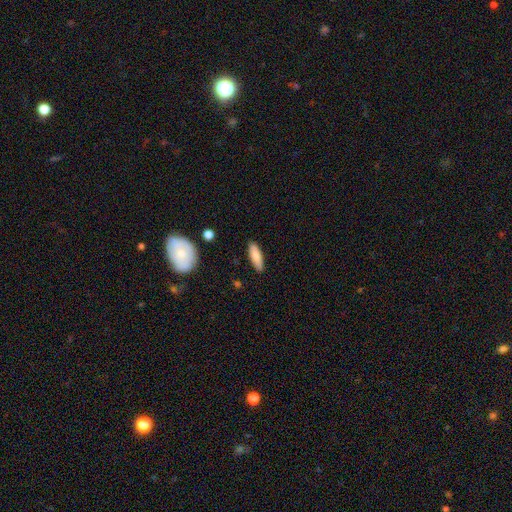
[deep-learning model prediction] Overall: smooth (82%). How rounded: cigar-shaped (50%; in between 49%). Merging: none (87%).